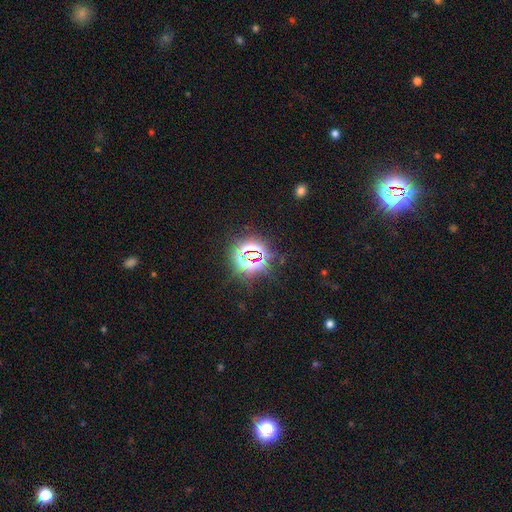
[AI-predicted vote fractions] Q: Smooth or featured?
A: star or artifact (80%); runner-up: smooth (13%)